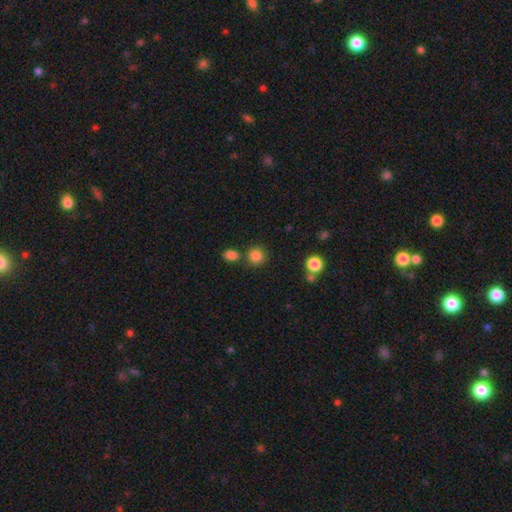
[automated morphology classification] Smooth or featured? smooth (84%)
How rounded? round (87%)
Merging? none (75%)